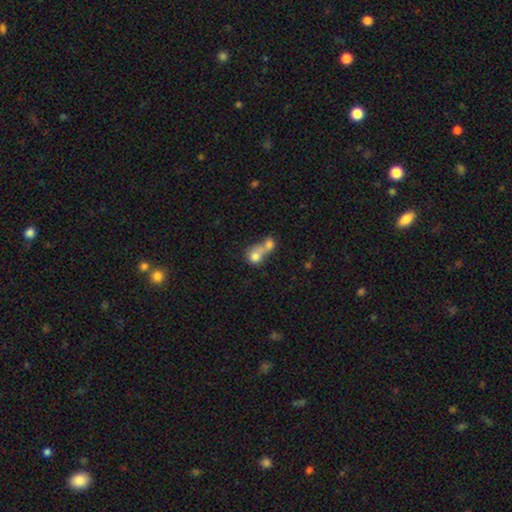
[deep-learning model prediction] smooth-or-featured: smooth: 74% | featured or disk: 17% | star or artifact: 9%
  how-rounded: round: 70% | in between: 28% | cigar-shaped: 2%
  merging: merger: 74% | none: 16% | minor disturbance: 5% | major disturbance: 5%